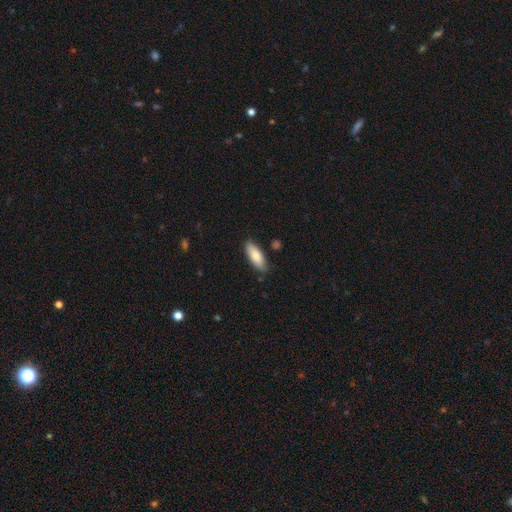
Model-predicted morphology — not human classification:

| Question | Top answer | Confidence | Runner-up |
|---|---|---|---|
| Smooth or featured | smooth | 82% | featured or disk (12%) |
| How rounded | in between | 71% | cigar-shaped (27%) |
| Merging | none | 84% | minor disturbance (12%) |